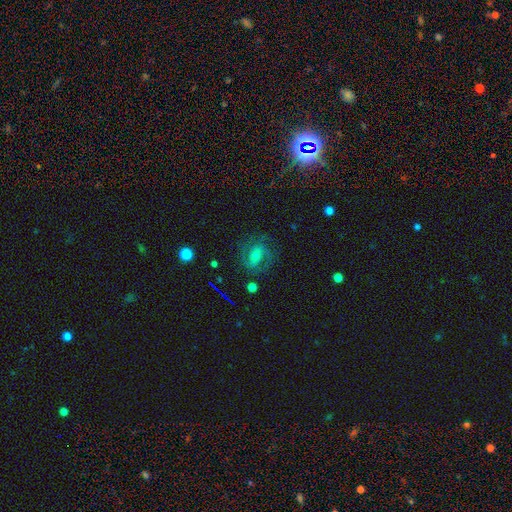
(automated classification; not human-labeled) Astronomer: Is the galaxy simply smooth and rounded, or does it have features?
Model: featured or disk — 76%.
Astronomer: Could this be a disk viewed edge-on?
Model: no — 97%.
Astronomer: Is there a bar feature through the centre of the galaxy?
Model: weak — 43% (runner-up: no, 36%).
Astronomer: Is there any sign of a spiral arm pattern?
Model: yes — 92%.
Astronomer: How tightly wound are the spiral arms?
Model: medium — 49% (runner-up: tight, 36%).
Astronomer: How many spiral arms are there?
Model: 2 — 67%.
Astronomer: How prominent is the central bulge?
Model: small — 49% (runner-up: moderate, 45%).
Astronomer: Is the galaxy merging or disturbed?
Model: none — 75%.